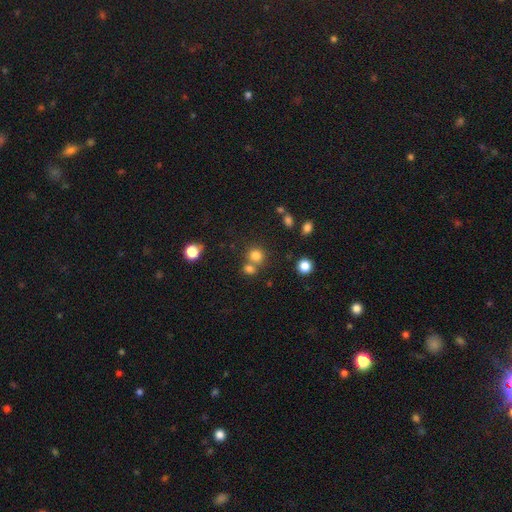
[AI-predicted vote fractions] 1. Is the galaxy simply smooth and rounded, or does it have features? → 77% smooth, 16% star or artifact, 7% featured or disk.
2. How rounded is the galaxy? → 85% round, 14% in between, 1% cigar-shaped.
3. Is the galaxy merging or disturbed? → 57% none, 32% merger, 7% minor disturbance, 3% major disturbance.